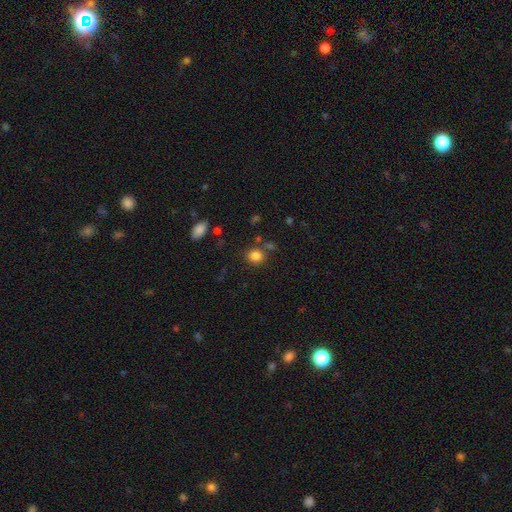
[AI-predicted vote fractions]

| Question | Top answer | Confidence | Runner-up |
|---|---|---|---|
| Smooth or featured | smooth | 83% | star or artifact (12%) |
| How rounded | round | 78% | in between (21%) |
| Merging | none | 77% | minor disturbance (10%) |